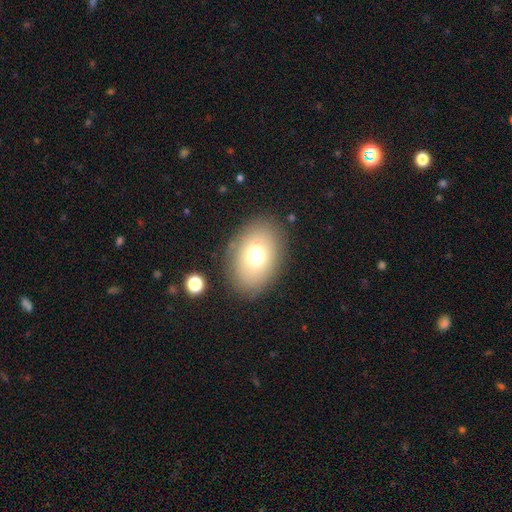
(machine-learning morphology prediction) Q: Smooth or featured?
A: smooth (70%); runner-up: featured or disk (18%)
Q: How rounded?
A: in between (75%); runner-up: round (24%)
Q: Merging?
A: none (84%); runner-up: minor disturbance (10%)